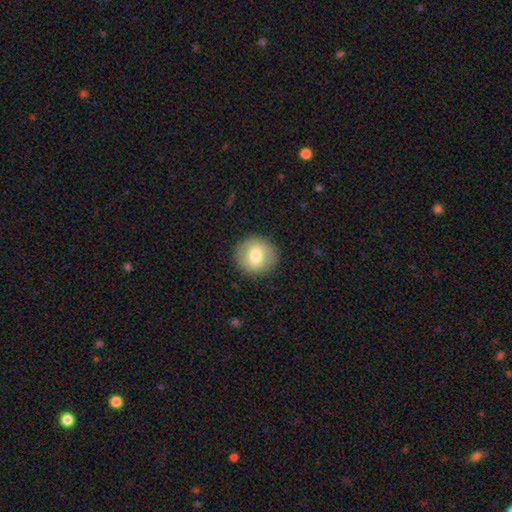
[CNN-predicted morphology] This appears to be a smooth galaxy with no disk features (68%) that is round (89%). Merging: none (89%).